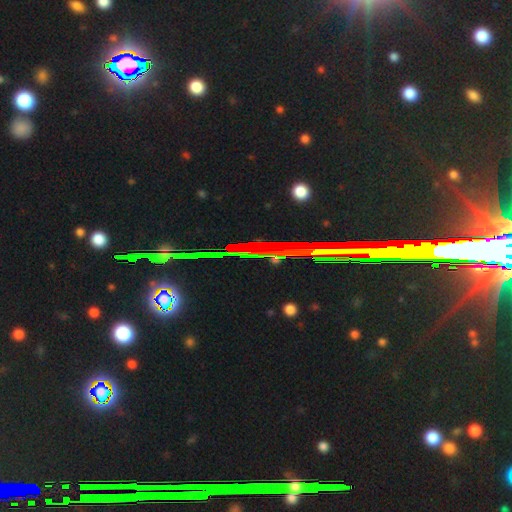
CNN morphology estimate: type=star or artifact (80%).